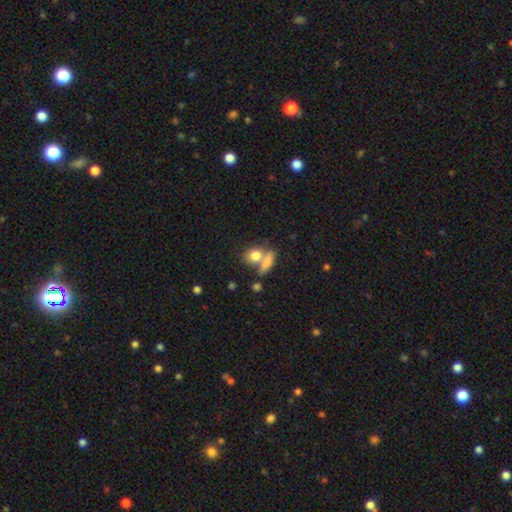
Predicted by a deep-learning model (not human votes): smooth-or-featured: smooth: 80% | featured or disk: 12% | star or artifact: 8%
  how-rounded: in between: 51% | round: 42% | cigar-shaped: 8%
  merging: merger: 44% | none: 42% | minor disturbance: 9% | major disturbance: 5%